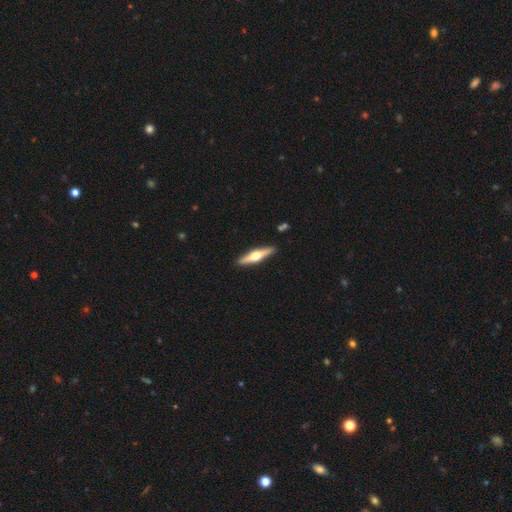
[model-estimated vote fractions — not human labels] smooth-or-featured: featured or disk: 65% | smooth: 30% | star or artifact: 5%
  disk-edge-on: yes: 97% | no: 3%
    edge-on-bulge: rounded: 95% | boxy: 3% | none: 2%
  merging: none: 91% | minor disturbance: 6% | major disturbance: 1% | merger: 1%